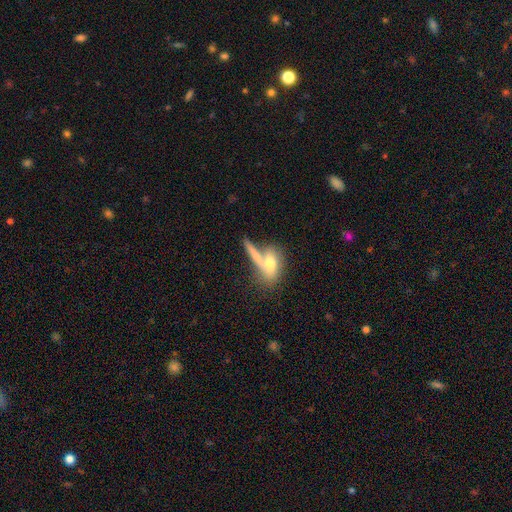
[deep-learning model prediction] smooth_or_featured: smooth (p=0.65) [alt: featured or disk p=0.28]
how_rounded: in between (p=0.59) [alt: cigar-shaped p=0.28]
merging: merger (p=0.41) [alt: none p=0.38]